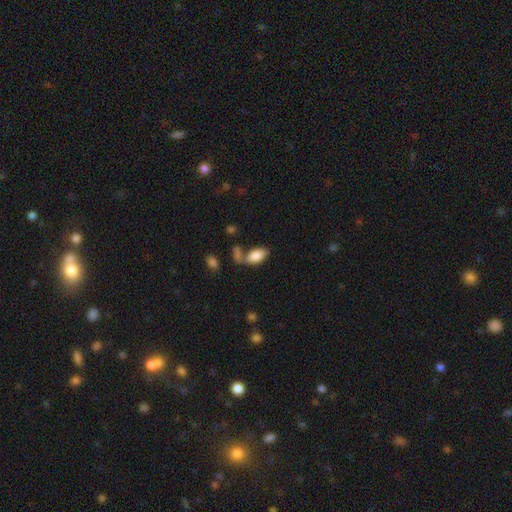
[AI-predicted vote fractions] A smooth galaxy with no disk features (84%) that is in between round and cigar-shaped (94%).

Vote fractions:
- Smooth or featured? smooth: 84% / featured or disk: 9% / star or artifact: 7%
- How rounded? in between: 94% / cigar-shaped: 4% / round: 3%
- Merging? none: 55% / merger: 23% / minor disturbance: 16% / major disturbance: 6%